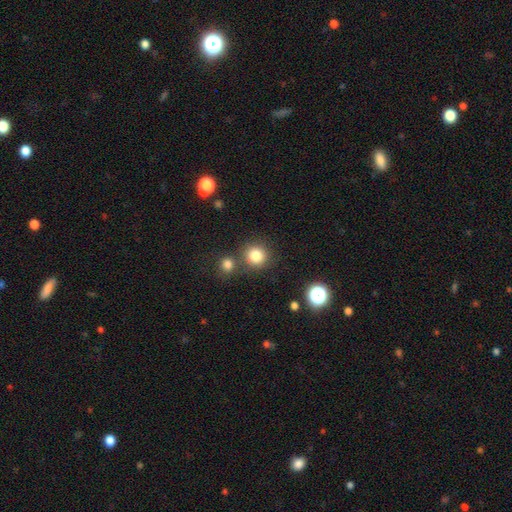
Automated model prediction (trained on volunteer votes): Q: Smooth or featured?
A: smooth (82%); runner-up: star or artifact (12%)
Q: How rounded?
A: round (90%); runner-up: in between (9%)
Q: Merging?
A: none (76%); runner-up: merger (12%)